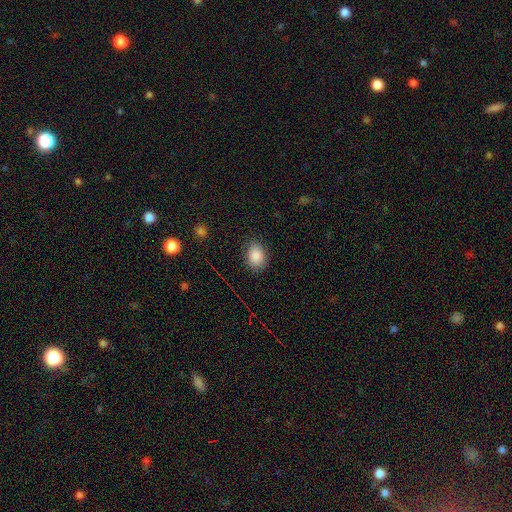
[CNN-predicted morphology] A smooth galaxy with no disk features (88%) that is in between round and cigar-shaped (72%). Merging: none (83%).